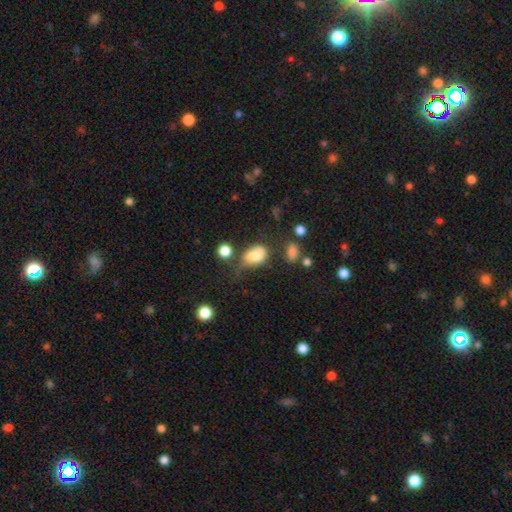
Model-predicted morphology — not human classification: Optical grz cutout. It shows a smooth galaxy with no disk features (74%) that is in between round and cigar-shaped (79%). Merging: none (35%).